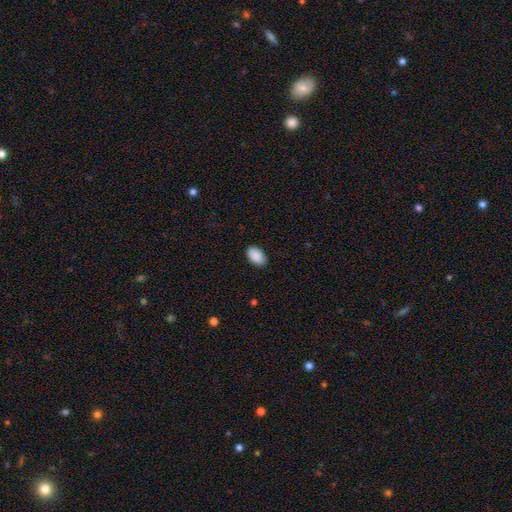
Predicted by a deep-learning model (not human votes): smooth_or_featured: smooth (p=0.91) [alt: star or artifact p=0.07]
how_rounded: in between (p=0.92) [alt: round p=0.07]
merging: none (p=0.87) [alt: minor disturbance p=0.10]